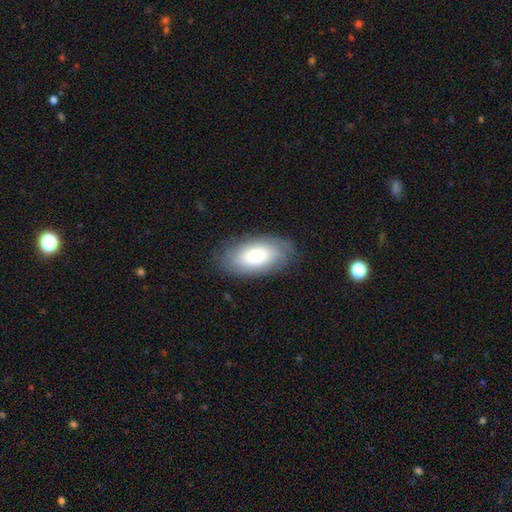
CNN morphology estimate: type=smooth (69%); roundness=in between (94%); merging=none (81%).